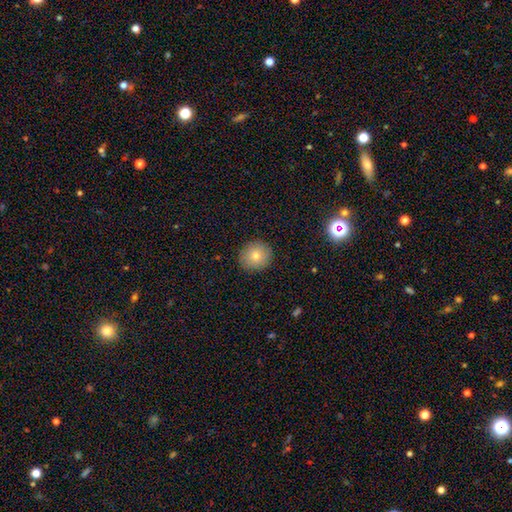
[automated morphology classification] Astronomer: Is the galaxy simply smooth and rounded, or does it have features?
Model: smooth — 77%.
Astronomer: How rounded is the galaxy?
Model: round — 88%.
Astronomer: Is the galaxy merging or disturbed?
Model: none — 91%.